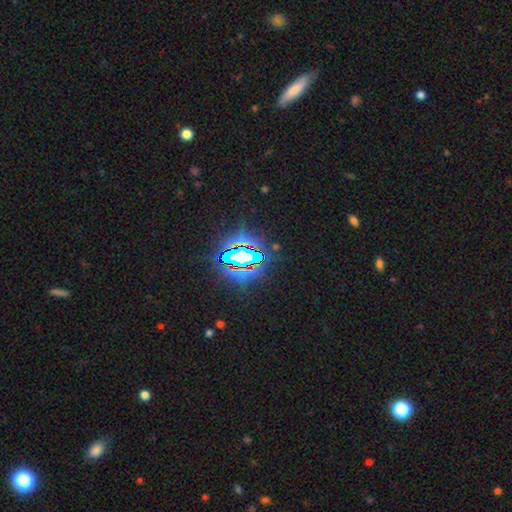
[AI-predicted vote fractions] smooth_or_featured: star or artifact (p=0.83) [alt: smooth p=0.10]